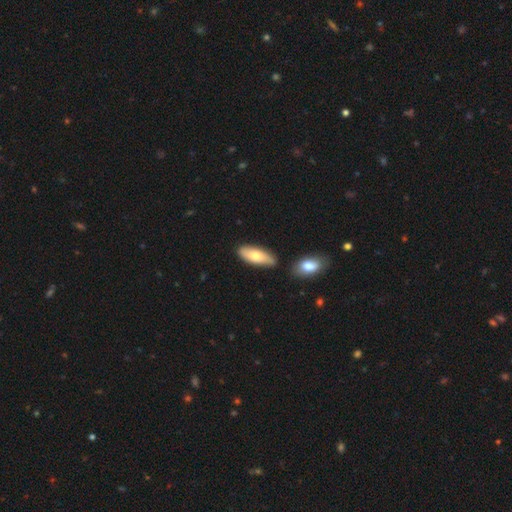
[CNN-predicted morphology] Smooth or featured? smooth (71%)
How rounded? in between (74%)
Merging? none (76%)